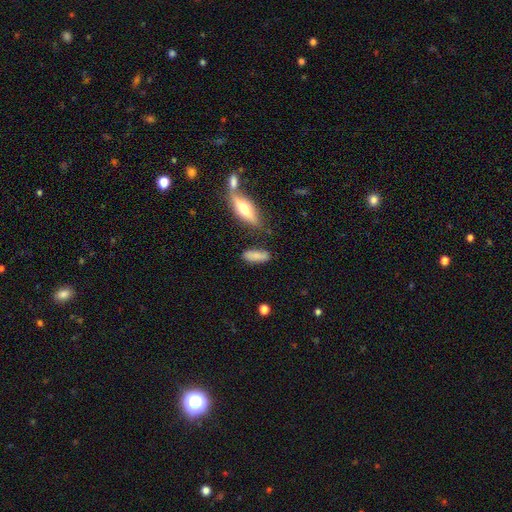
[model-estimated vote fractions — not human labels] Smooth or featured?
  - smooth: 78% *
  - featured or disk: 14%
  - star or artifact: 8%
How rounded?
  - in between: 59% *
  - cigar-shaped: 38%
  - round: 3%
Merging?
  - none: 73% *
  - minor disturbance: 16%
  - merger: 6%
  - major disturbance: 4%